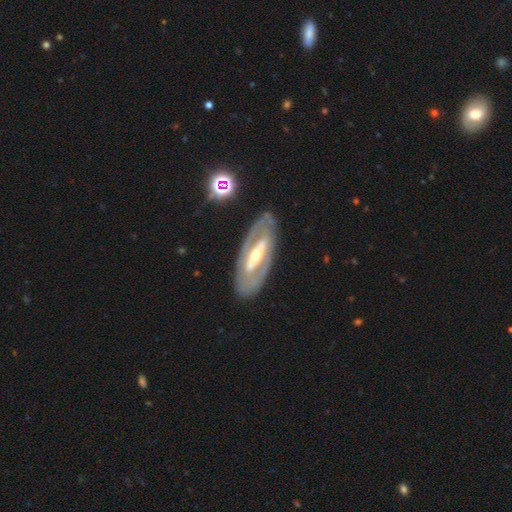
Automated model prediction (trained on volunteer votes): Smooth or featured: featured or disk — 78% (smooth — 17%)
Edge-on disk: no — 87% (yes — 13%)
Bar: strong — 54% (weak — 24%)
Spiral arms: no — 54% (yes — 46%)
Bulge size: moderate — 55% (small — 35%)
Merging: none — 82% (minor disturbance — 11%)